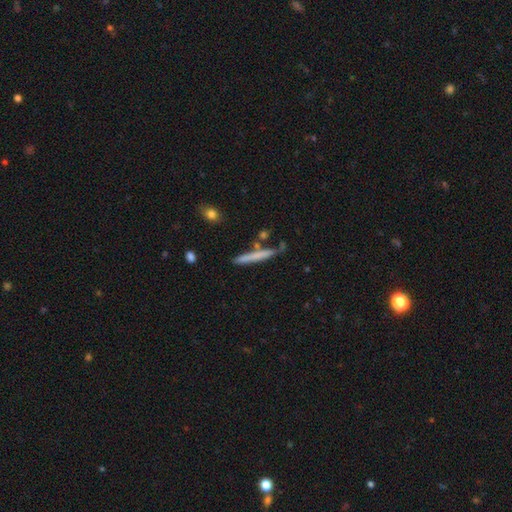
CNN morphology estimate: Q: Smooth or featured?
A: smooth (61%); runner-up: featured or disk (32%)
Q: How rounded?
A: cigar-shaped (95%); runner-up: in between (3%)
Q: Merging?
A: none (76%); runner-up: minor disturbance (14%)